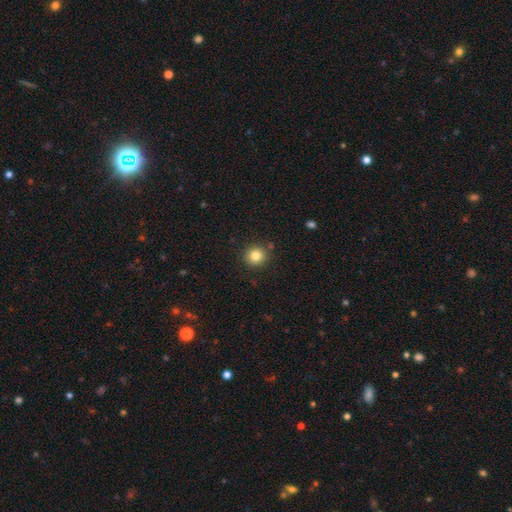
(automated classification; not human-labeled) Smooth or featured? smooth (83%)
How rounded? round (91%)
Merging? none (87%)